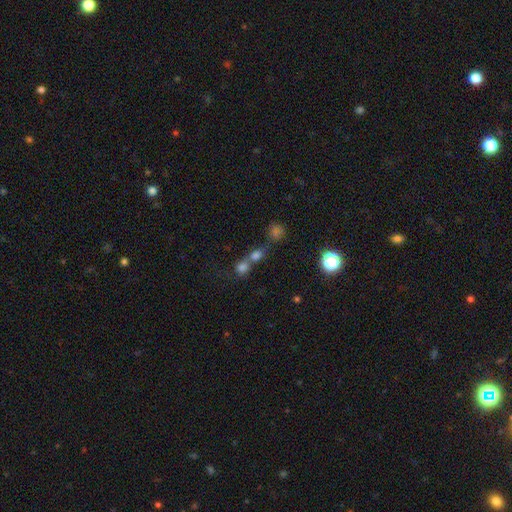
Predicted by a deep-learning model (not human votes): This appears to be a smooth galaxy with no disk features (55%) that is round (76%). Merging: merger (48%).